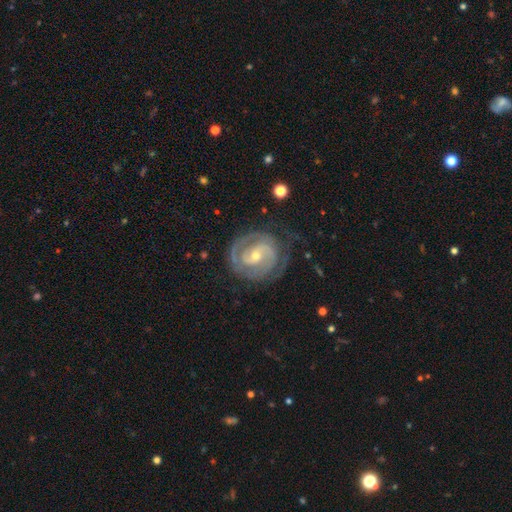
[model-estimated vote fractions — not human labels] Q: Smooth or featured?
A: featured or disk (90%); runner-up: smooth (6%)
Q: Edge-on disk?
A: no (98%); runner-up: yes (2%)
Q: Bar?
A: weak (43%); runner-up: no (35%)
Q: Spiral arms?
A: yes (97%); runner-up: no (3%)
Q: Spiral winding?
A: tight (66%); runner-up: medium (29%)
Q: Spiral arm count?
A: 2 (74%); runner-up: can't tell (10%)
Q: Bulge size?
A: small (59%); runner-up: moderate (39%)
Q: Merging?
A: none (74%); runner-up: minor disturbance (16%)